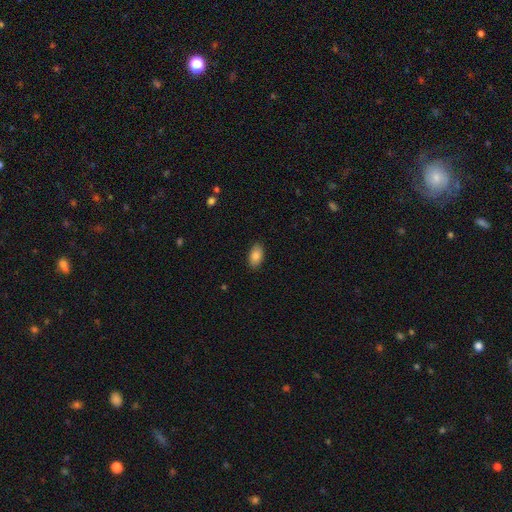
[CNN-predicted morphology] Smooth or featured? smooth (86%)
How rounded? in between (93%)
Merging? none (88%)